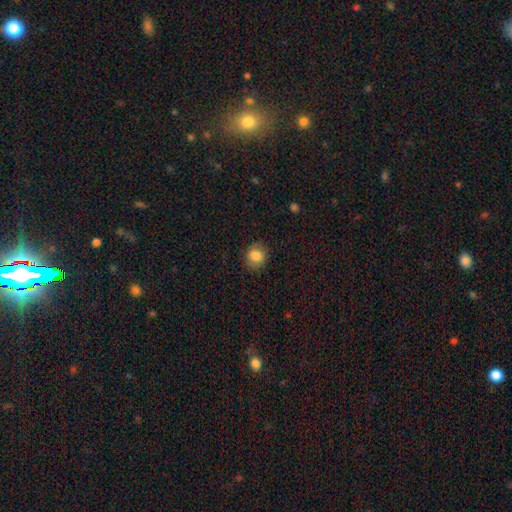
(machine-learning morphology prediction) Smooth or featured? Predicted: smooth (p=0.85). How rounded? Predicted: round (p=0.74). Merging? Predicted: none (p=0.85).